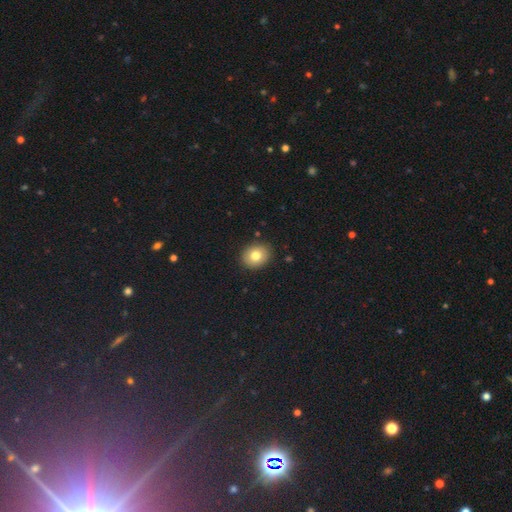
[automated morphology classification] Smooth or featured: smooth — 79% (featured or disk — 11%)
How rounded: round — 58% (in between — 41%)
Merging: none — 89% (minor disturbance — 8%)